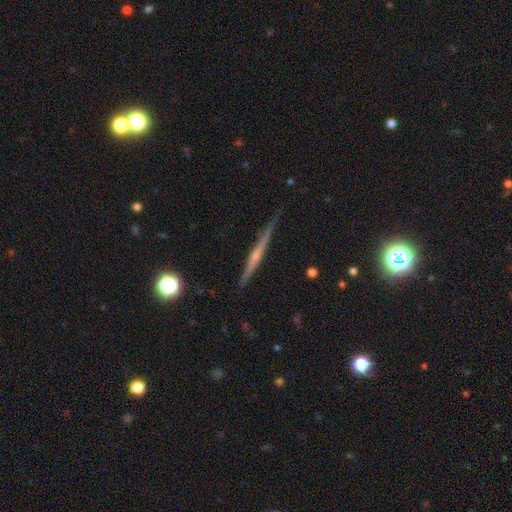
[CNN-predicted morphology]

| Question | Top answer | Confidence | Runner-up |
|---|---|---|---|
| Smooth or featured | featured or disk | 71% | smooth (22%) |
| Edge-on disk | yes | 98% | no (2%) |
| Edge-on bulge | rounded | 50% | none (43%) |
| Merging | none | 87% | minor disturbance (10%) |